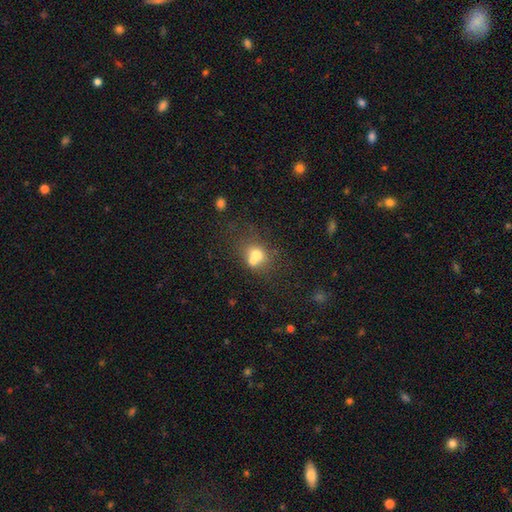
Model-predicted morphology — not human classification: Smooth or featured?
  - smooth: 67% *
  - featured or disk: 20%
  - star or artifact: 13%
How rounded?
  - round: 66% *
  - in between: 33%
  - cigar-shaped: 1%
Merging?
  - merger: 51% *
  - none: 35%
  - minor disturbance: 9%
  - major disturbance: 5%